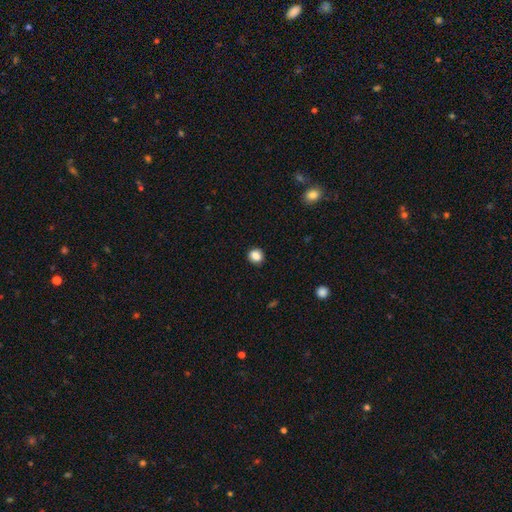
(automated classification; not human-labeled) This appears to be a smooth galaxy with no disk features (86%) that is round (83%). Merging: none (90%).